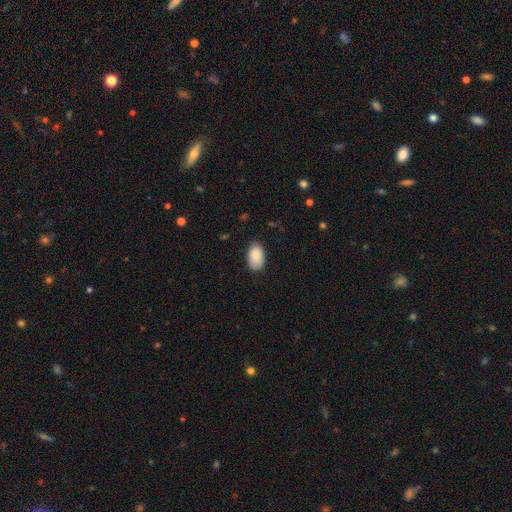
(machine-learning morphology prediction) Smooth or featured: smooth — 85% (featured or disk — 8%)
How rounded: in between — 93% (round — 6%)
Merging: none — 81% (minor disturbance — 15%)